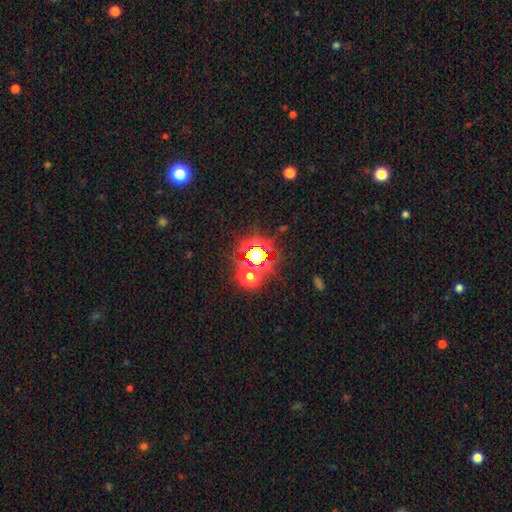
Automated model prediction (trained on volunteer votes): A star or artifact, not a galaxy (68%).